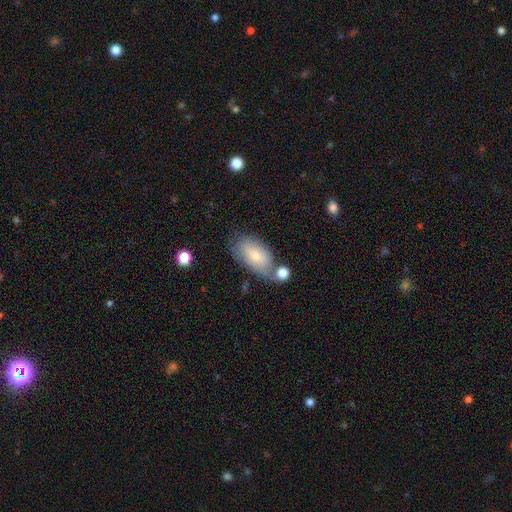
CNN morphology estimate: type=smooth (75%); roundness=in between (93%); merging=none (55%).